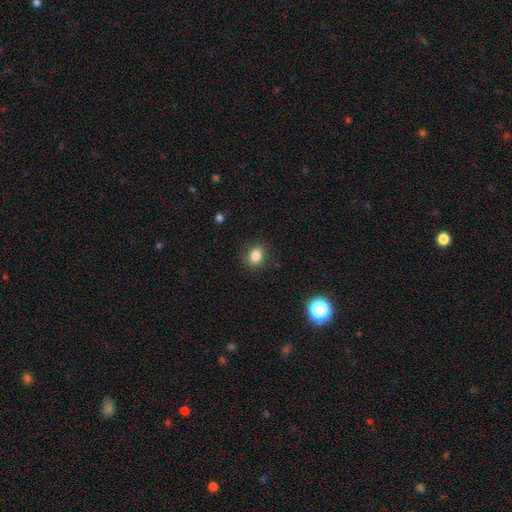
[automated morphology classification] The model was most divided on "how rounded": round: 63%, in between: 36%, cigar-shaped: 1%. More confident: merging — none (86%); smooth or featured — smooth (84%).